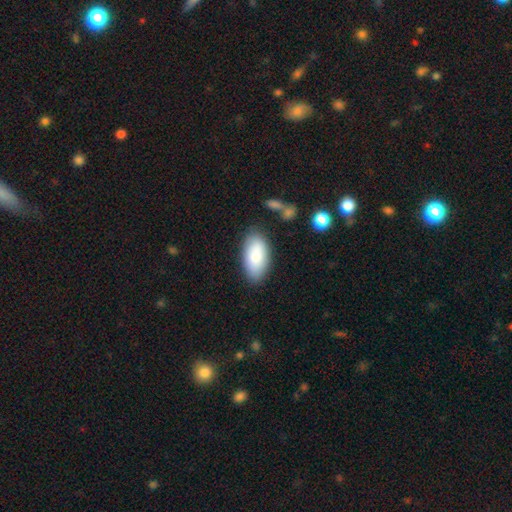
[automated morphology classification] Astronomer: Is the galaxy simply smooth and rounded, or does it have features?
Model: smooth — 82%.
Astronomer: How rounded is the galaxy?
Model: in between — 94%.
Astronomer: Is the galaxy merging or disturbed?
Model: none — 81%.